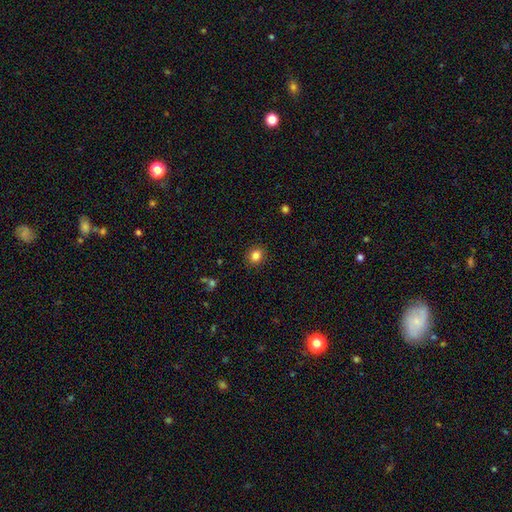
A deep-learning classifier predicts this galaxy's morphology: Q: Smooth or featured?
A: smooth (84%); runner-up: star or artifact (10%)
Q: How rounded?
A: round (66%); runner-up: in between (33%)
Q: Merging?
A: none (89%); runner-up: minor disturbance (8%)